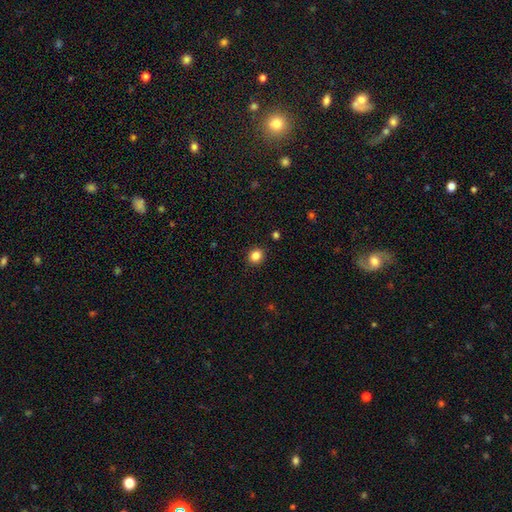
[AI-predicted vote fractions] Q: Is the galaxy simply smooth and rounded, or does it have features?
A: smooth — 84%.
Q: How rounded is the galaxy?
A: round — 77%.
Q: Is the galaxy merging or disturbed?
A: none — 91%.